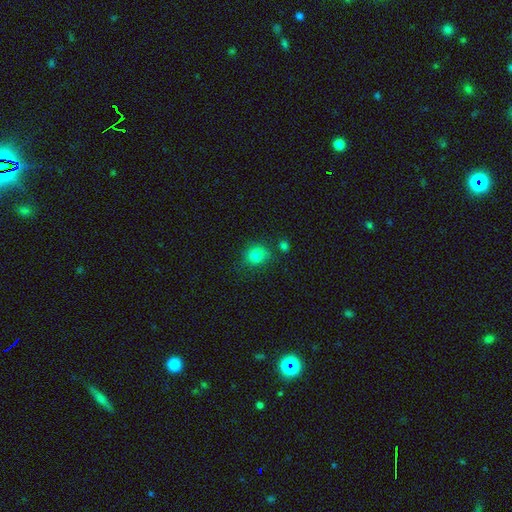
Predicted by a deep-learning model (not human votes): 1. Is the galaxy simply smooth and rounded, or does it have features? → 81% smooth, 12% star or artifact, 7% featured or disk.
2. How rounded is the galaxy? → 80% round, 19% in between, 1% cigar-shaped.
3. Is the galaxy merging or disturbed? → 73% none, 17% minor disturbance, 6% merger, 4% major disturbance.